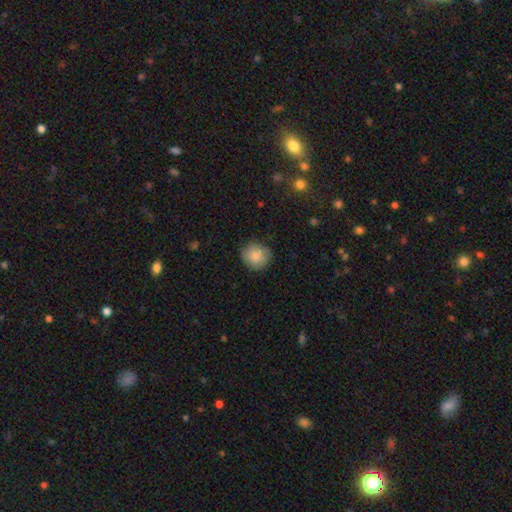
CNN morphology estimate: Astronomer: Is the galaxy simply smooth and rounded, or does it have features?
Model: smooth — 86%.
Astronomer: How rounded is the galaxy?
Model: round — 88%.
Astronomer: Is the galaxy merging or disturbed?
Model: none — 83%.